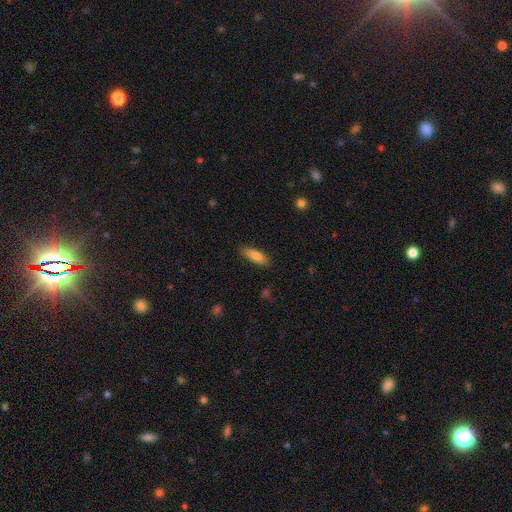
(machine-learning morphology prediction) Smooth or featured? Predicted: smooth (p=0.82). How rounded? Predicted: in between (p=0.56). Merging? Predicted: none (p=0.85).